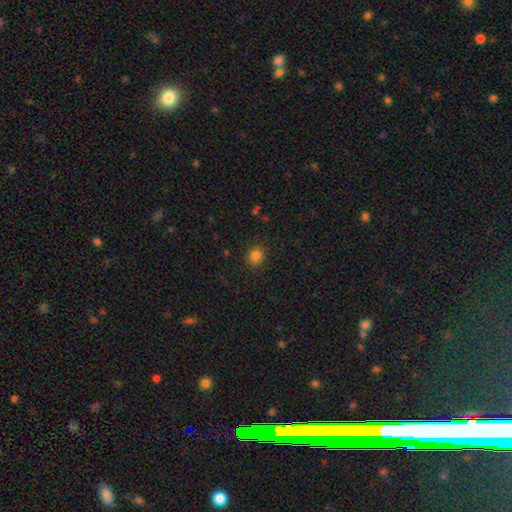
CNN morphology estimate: Smooth or featured?
  - smooth: 83% *
  - star or artifact: 13%
  - featured or disk: 4%
How rounded?
  - round: 71% *
  - in between: 29%
  - cigar-shaped: 1%
Merging?
  - none: 88% *
  - minor disturbance: 9%
  - major disturbance: 3%
  - merger: 1%